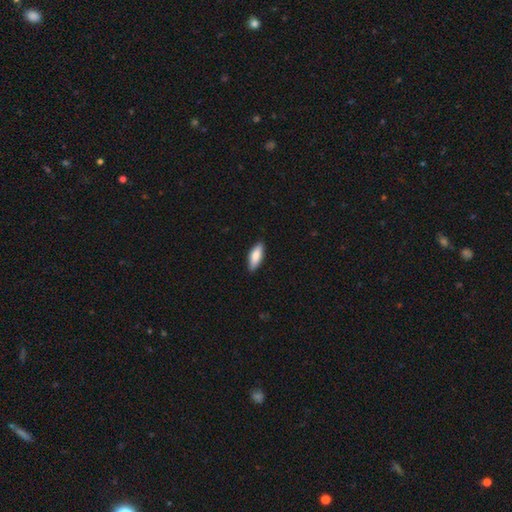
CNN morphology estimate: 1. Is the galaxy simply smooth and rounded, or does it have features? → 82% smooth, 12% featured or disk, 5% star or artifact.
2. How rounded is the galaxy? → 67% in between, 31% cigar-shaped, 2% round.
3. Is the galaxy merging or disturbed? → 88% none, 9% minor disturbance, 2% major disturbance, 1% merger.